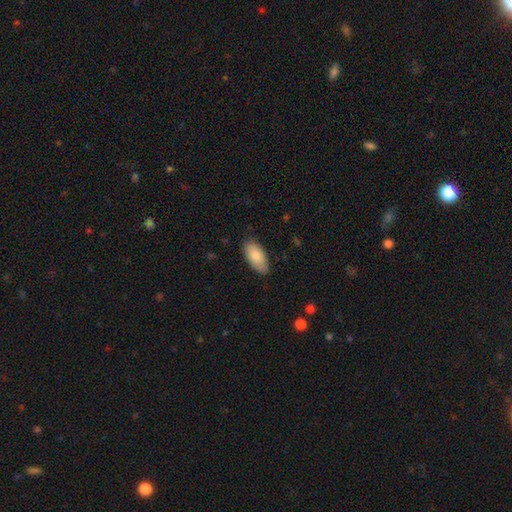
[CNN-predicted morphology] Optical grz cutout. It shows a smooth galaxy with no disk features (84%) that is in between round and cigar-shaped (92%). Merging: none (82%).